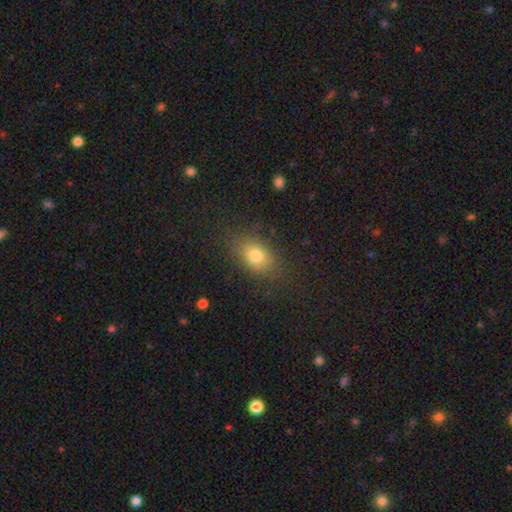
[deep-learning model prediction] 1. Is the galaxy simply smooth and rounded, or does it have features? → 77% smooth, 11% star or artifact, 11% featured or disk.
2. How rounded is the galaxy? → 77% in between, 20% round, 3% cigar-shaped.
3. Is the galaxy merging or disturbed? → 79% none, 14% minor disturbance, 5% major disturbance, 1% merger.